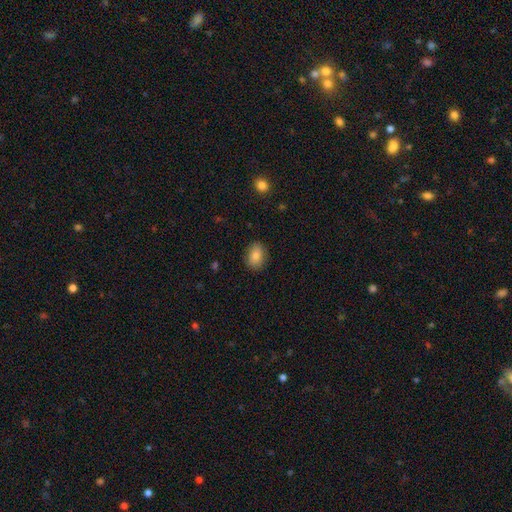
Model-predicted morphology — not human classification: smooth-or-featured: smooth: 83% | featured or disk: 9% | star or artifact: 8%
  how-rounded: in between: 78% | round: 20% | cigar-shaped: 1%
  merging: none: 87% | minor disturbance: 10% | major disturbance: 2% | merger: 1%